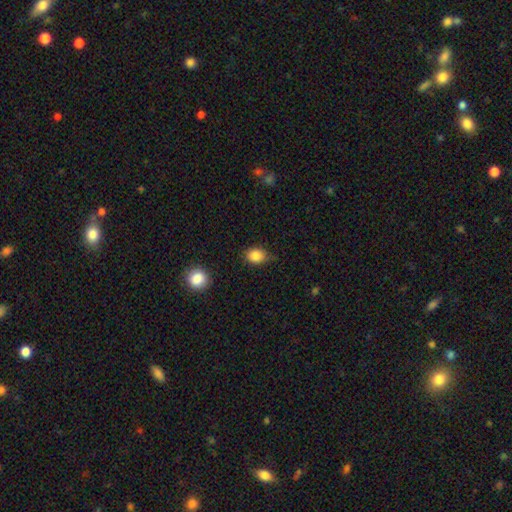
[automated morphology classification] smooth 85%, star or artifact 10%, featured or disk 5%. Down the decision tree: how rounded — in between (50%); merging — none (68%).